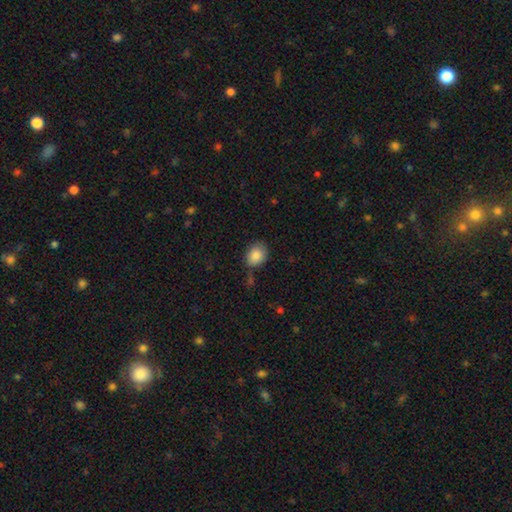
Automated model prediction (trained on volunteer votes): The model was most divided on "how rounded": in between: 50%, round: 49%, cigar-shaped: 1%. More confident: smooth or featured — smooth (87%); merging — none (70%).